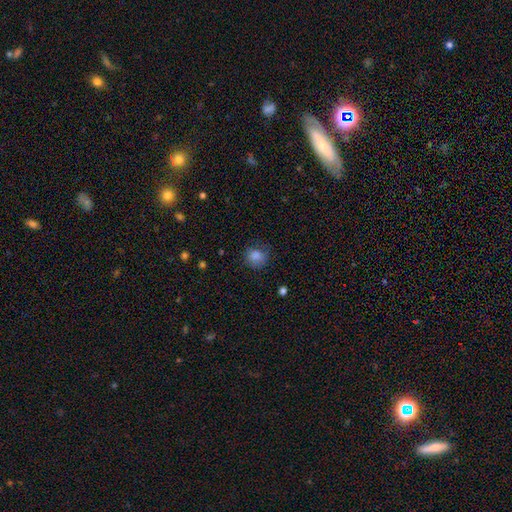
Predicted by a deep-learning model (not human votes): A smooth galaxy with no disk features (82%) that is round (76%). Merging: none (72%).